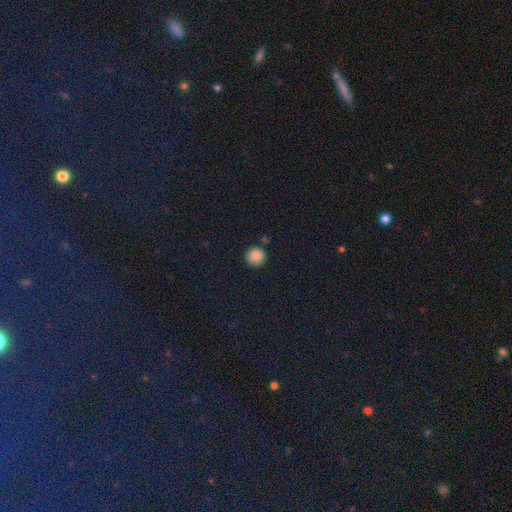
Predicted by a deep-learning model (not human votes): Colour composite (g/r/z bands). It shows a smooth galaxy with no disk features (87%) that is round (95%). Merging: none (88%).